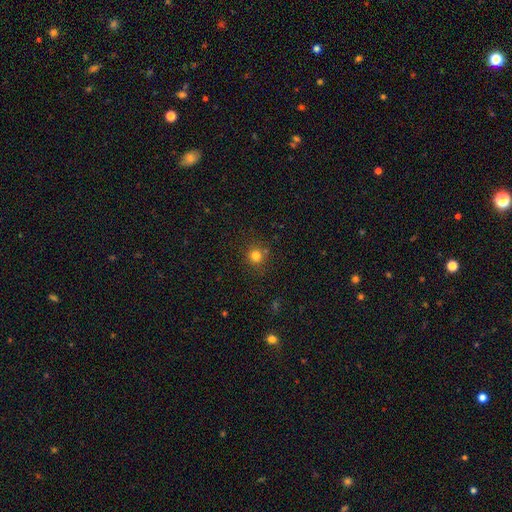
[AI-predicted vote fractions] Smooth or featured? Predicted: smooth (p=0.80). How rounded? Predicted: round (p=0.91). Merging? Predicted: none (p=0.81).